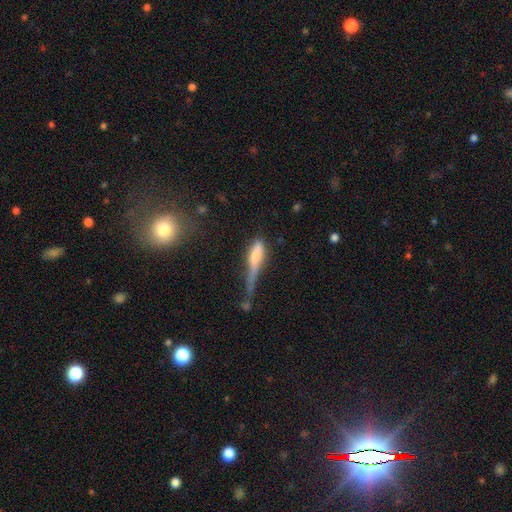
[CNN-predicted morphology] Overall: smooth (62%; featured or disk 28%). How rounded: cigar-shaped (66%; in between 30%). Merging: major disturbance (39%; minor disturbance 30%).